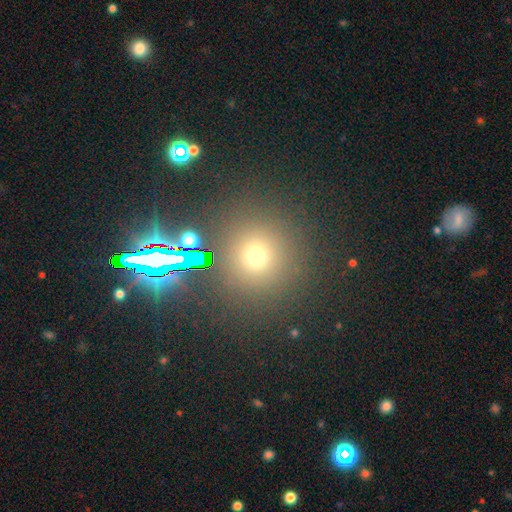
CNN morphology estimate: A smooth galaxy with no disk features (58%) that is round (93%). Merging: none (87%).